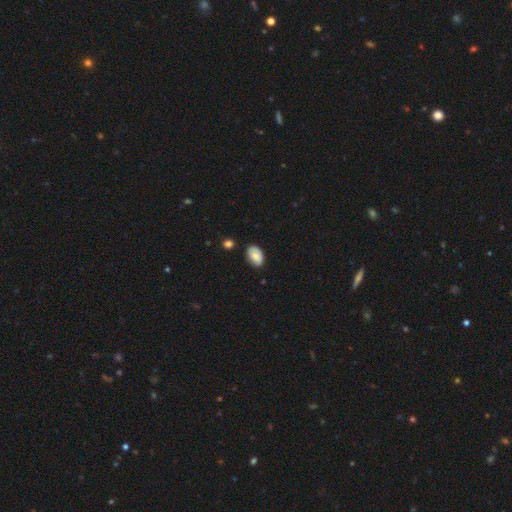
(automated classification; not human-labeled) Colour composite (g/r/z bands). It shows a smooth galaxy with no disk features (81%) that is in between round and cigar-shaped (91%). Merging: none (77%).